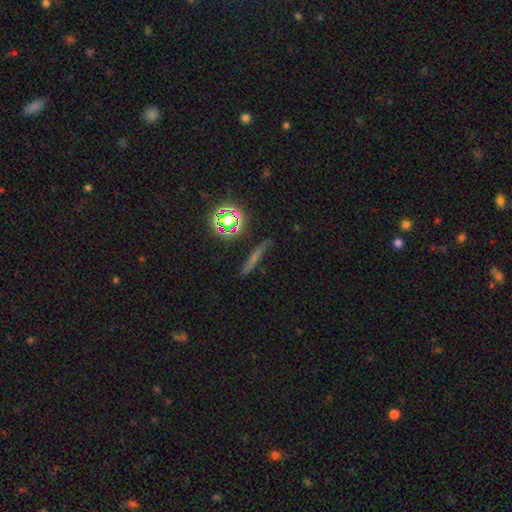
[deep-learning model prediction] Overall: smooth (42%; featured or disk 33%). Merging: none (81%).